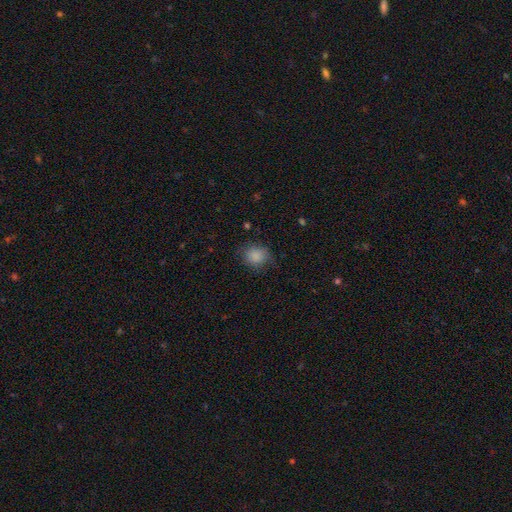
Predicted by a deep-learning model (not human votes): The model was most divided on "how rounded": round: 77%, in between: 22%, cigar-shaped: 1%. More confident: smooth or featured — smooth (86%); merging — none (77%).